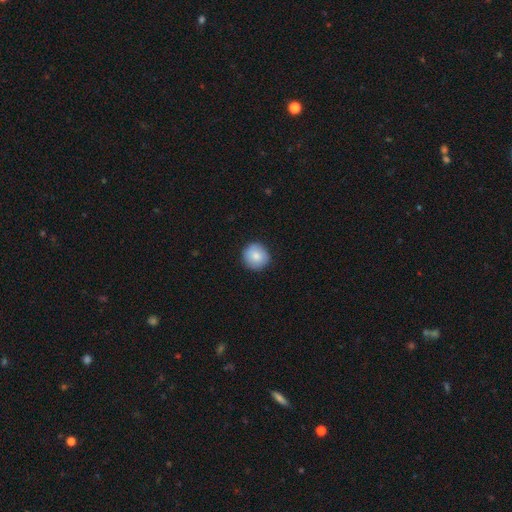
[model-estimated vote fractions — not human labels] Smooth or featured? smooth (84%)
How rounded? round (94%)
Merging? none (90%)